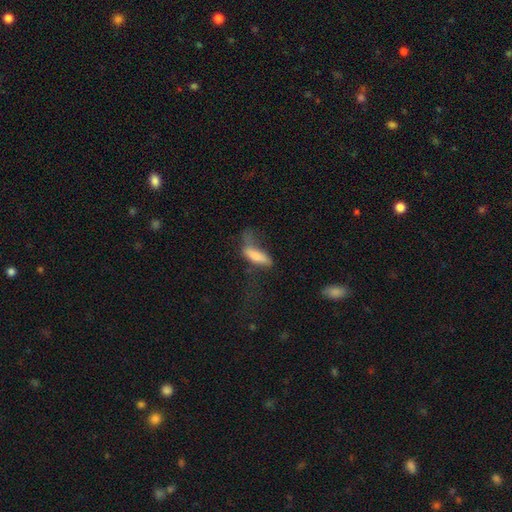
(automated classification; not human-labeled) Q: Smooth or featured?
A: smooth (71%); runner-up: featured or disk (21%)
Q: How rounded?
A: in between (53%); runner-up: cigar-shaped (44%)
Q: Merging?
A: major disturbance (41%); runner-up: none (28%)